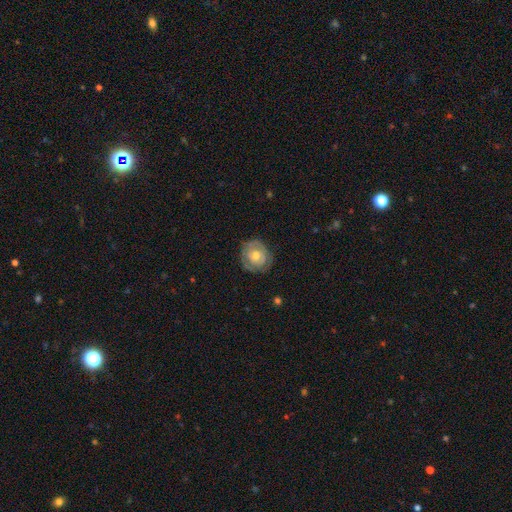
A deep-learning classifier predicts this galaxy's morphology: This appears to be a featured or disk galaxy (53%) with no bar (83%), spiral arms (55%) and a moderate central bulge (64%). Merging: none (73%).